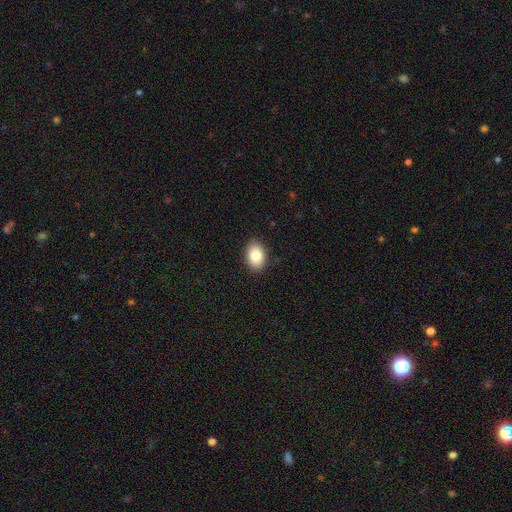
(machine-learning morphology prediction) smooth_or_featured: smooth (p=0.83) [alt: featured or disk p=0.09]
how_rounded: in between (p=0.79) [alt: round p=0.20]
merging: none (p=0.88) [alt: minor disturbance p=0.09]